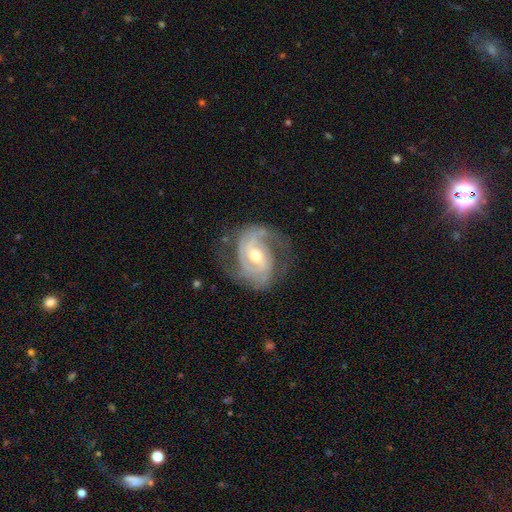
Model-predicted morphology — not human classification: A featured or disk galaxy (89%) with no bar (42%), 2 (69%) medium (45%) spiral arms (96%) and a moderate central bulge (60%).

Vote fractions:
- Smooth or featured? featured or disk: 89% / smooth: 6% / star or artifact: 5%
- Edge-on disk? no: 97% / yes: 3%
- Bar? no: 42% / weak: 41% / strong: 18%
- Spiral arms? yes: 96% / no: 4%
- Spiral winding? medium: 45% / tight: 41% / loose: 14%
- Spiral arm count? 2: 69% / 3: 12% / can't tell: 10% / 1: 4% / 4: 3% / more than 4: 2%
- Bulge size? moderate: 60% / small: 36% / large: 3% / none: 1% / dominant: 1%
- Merging? none: 68% / minor disturbance: 19% / major disturbance: 12% / merger: 1%